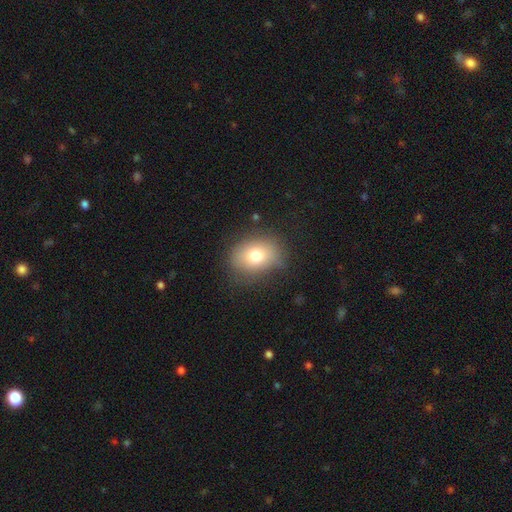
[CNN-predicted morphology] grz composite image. It shows a smooth galaxy with no disk features (75%) that is in between round and cigar-shaped (57%). Merging: none (76%).